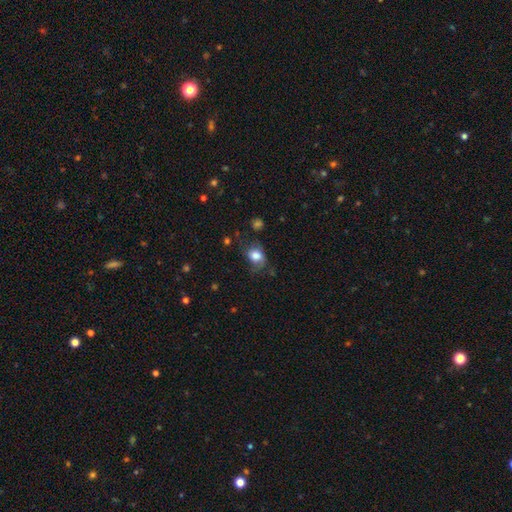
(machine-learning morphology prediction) Smooth or featured? smooth (76%)
How rounded? in between (56%)
Merging? none (45%)